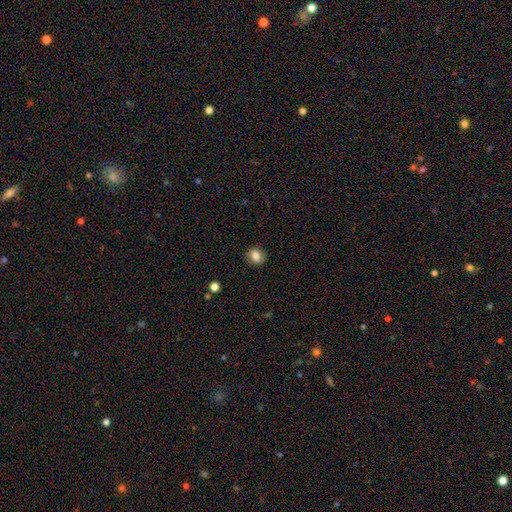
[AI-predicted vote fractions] Q: Smooth or featured?
A: smooth (81%); runner-up: star or artifact (10%)
Q: How rounded?
A: round (75%); runner-up: in between (24%)
Q: Merging?
A: none (87%); runner-up: minor disturbance (10%)